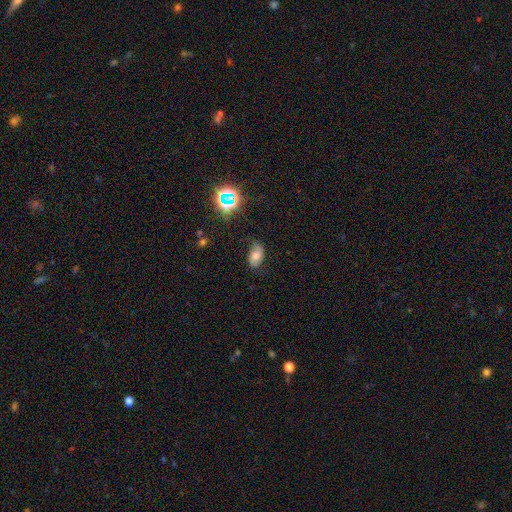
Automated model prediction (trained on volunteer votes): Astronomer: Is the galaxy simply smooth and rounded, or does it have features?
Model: smooth — 58%.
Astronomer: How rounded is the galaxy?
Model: in between — 90%.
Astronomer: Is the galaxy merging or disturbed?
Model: none — 70%.